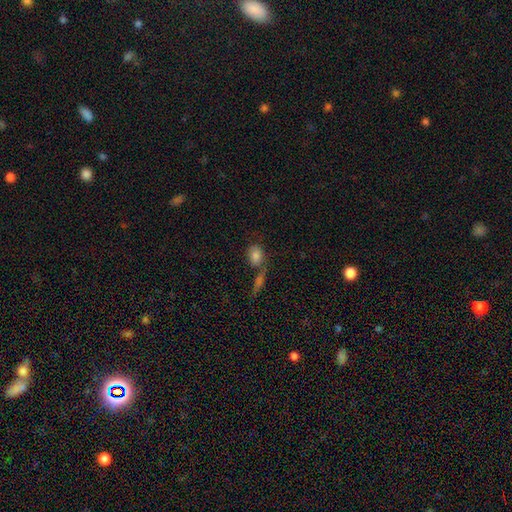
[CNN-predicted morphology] smooth-or-featured: smooth: 81% | featured or disk: 10% | star or artifact: 9%
  how-rounded: in between: 72% | round: 25% | cigar-shaped: 3%
  merging: none: 49% | merger: 33% | minor disturbance: 12% | major disturbance: 6%